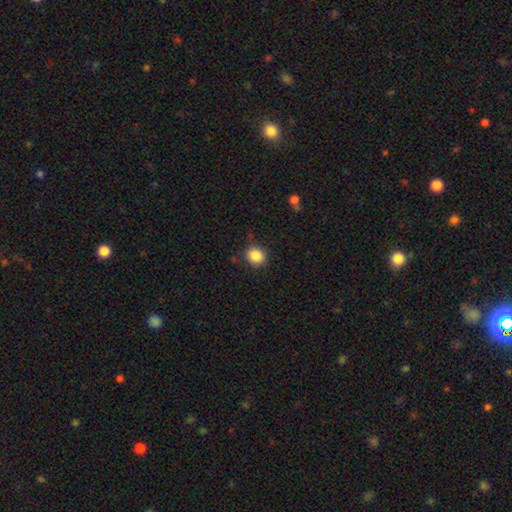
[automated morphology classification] smooth_or_featured: smooth (p=0.87) [alt: star or artifact p=0.09]
how_rounded: round (p=0.82) [alt: in between p=0.18]
merging: none (p=0.86) [alt: minor disturbance p=0.10]